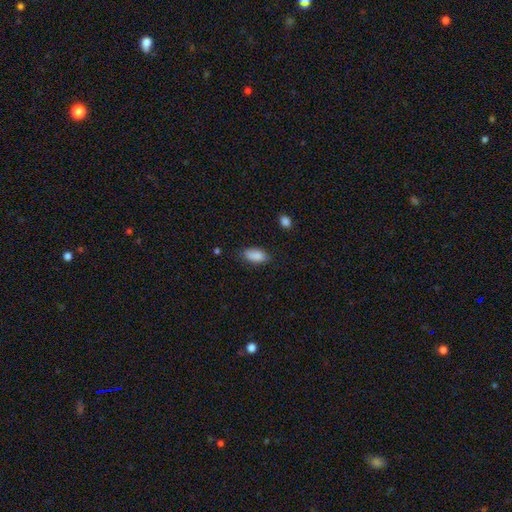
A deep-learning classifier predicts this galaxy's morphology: smooth_or_featured: smooth (p=0.88) [alt: star or artifact p=0.07]
how_rounded: in between (p=0.90) [alt: cigar-shaped p=0.07]
merging: none (p=0.77) [alt: minor disturbance p=0.18]